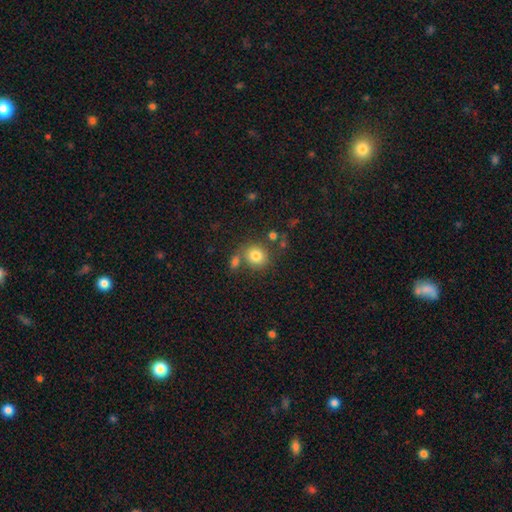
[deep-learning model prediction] This appears to be a smooth galaxy with no disk features (80%) that is round (79%). Merging: none (64%).